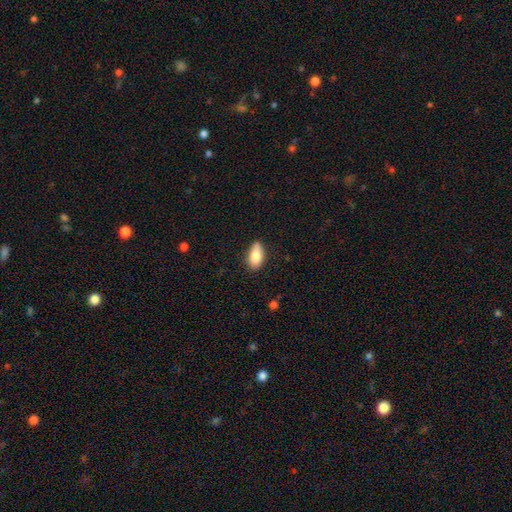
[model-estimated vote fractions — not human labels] The model was most divided on "merging": none: 81%, minor disturbance: 15%, major disturbance: 3%, merger: 1%. More confident: how rounded — in between (89%); smooth or featured — smooth (84%).